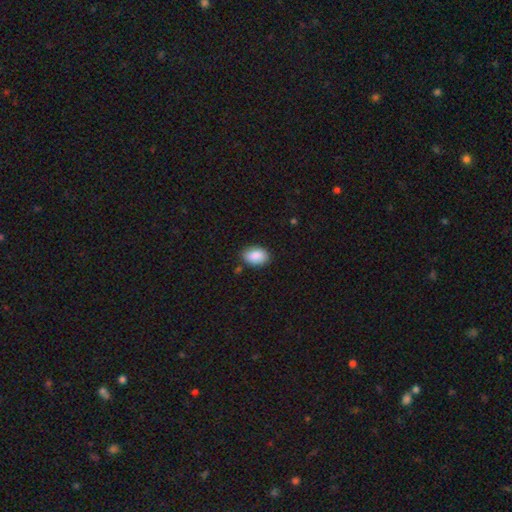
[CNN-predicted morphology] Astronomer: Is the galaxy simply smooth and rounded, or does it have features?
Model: smooth — 89%.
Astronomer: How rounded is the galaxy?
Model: in between — 87%.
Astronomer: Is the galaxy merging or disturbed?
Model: none — 85%.